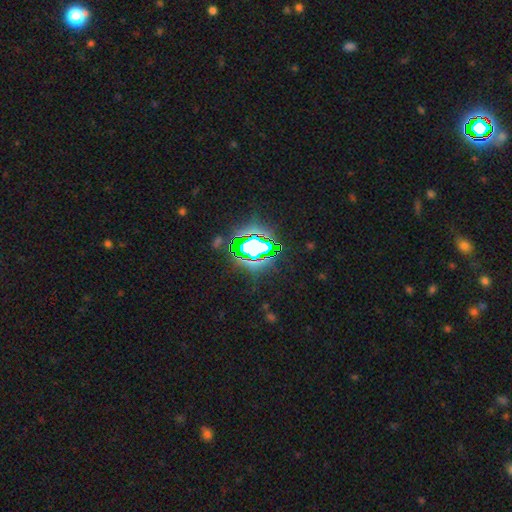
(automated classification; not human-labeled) A star or artifact, not a galaxy (81%).

Vote fractions:
- Smooth or featured? star or artifact: 81% / smooth: 11% / featured or disk: 8%